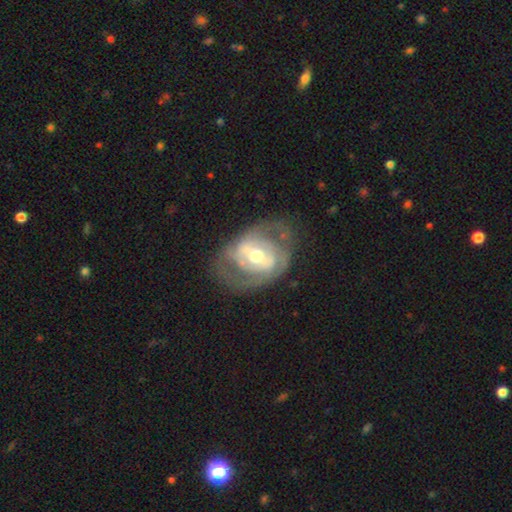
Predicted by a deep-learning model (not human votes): A featured or disk galaxy (78%) with a weak bar (38%), 2 (65%) medium (41%) spiral arms (68%) and a moderate central bulge (70%).

Vote fractions:
- Smooth or featured? featured or disk: 78% / smooth: 17% / star or artifact: 5%
- Edge-on disk? no: 95% / yes: 5%
- Bar? weak: 38% / strong: 34% / no: 28%
- Spiral arms? yes: 68% / no: 32%
- Spiral winding? medium: 41% / tight: 40% / loose: 19%
- Spiral arm count? 2: 65% / can't tell: 22% / 3: 5% / 1: 4% / 4: 2% / more than 4: 2%
- Bulge size? moderate: 70% / small: 19% / large: 9% / dominant: 1% / none: 1%
- Merging? none: 63% / minor disturbance: 20% / major disturbance: 16% / merger: 2%